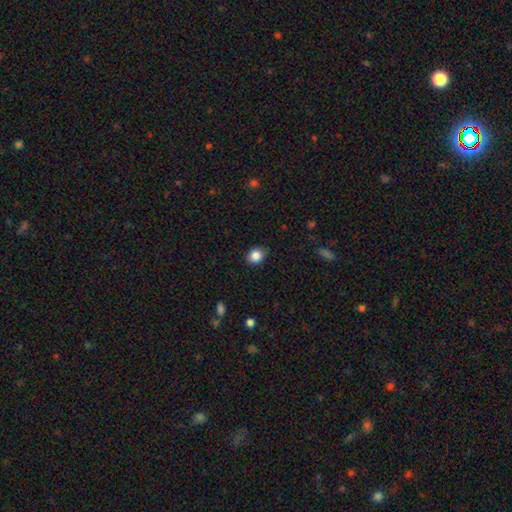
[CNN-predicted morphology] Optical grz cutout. It shows a smooth galaxy with no disk features (85%) that is round (66%). Merging: none (87%).